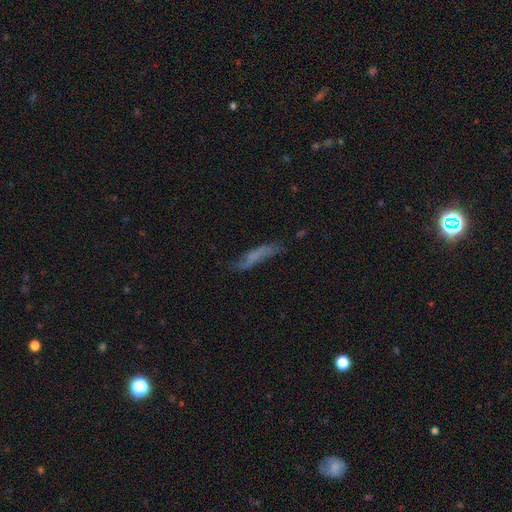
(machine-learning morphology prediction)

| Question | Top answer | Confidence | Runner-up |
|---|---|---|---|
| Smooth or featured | smooth | 51% | featured or disk (38%) |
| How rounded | cigar-shaped | 77% | in between (21%) |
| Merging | none | 55% | minor disturbance (28%) |